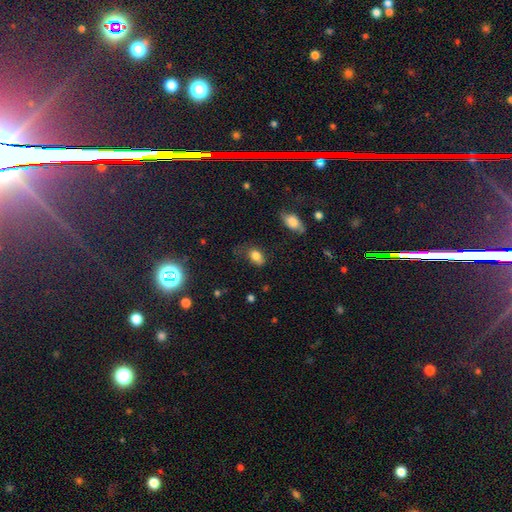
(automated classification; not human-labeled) A smooth galaxy with no disk features (80%) that is in between round and cigar-shaped (81%).

Vote fractions:
- Smooth or featured? smooth: 80% / star or artifact: 11% / featured or disk: 9%
- How rounded? in between: 81% / round: 17% / cigar-shaped: 2%
- Merging? none: 53% / minor disturbance: 31% / major disturbance: 13% / merger: 3%